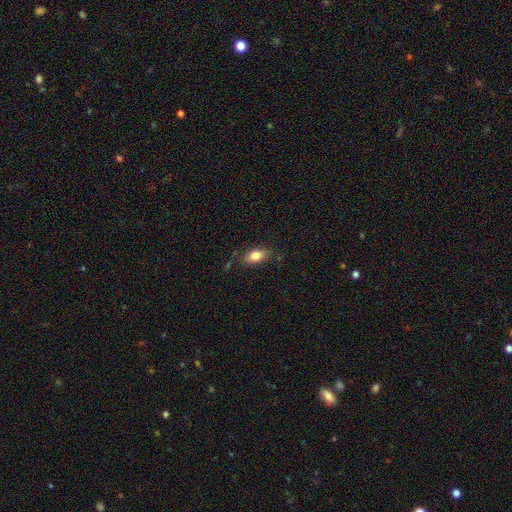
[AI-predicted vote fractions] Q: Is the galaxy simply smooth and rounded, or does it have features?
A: smooth — 81%.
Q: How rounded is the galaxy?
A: in between — 87%.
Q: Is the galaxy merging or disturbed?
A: none — 77%.